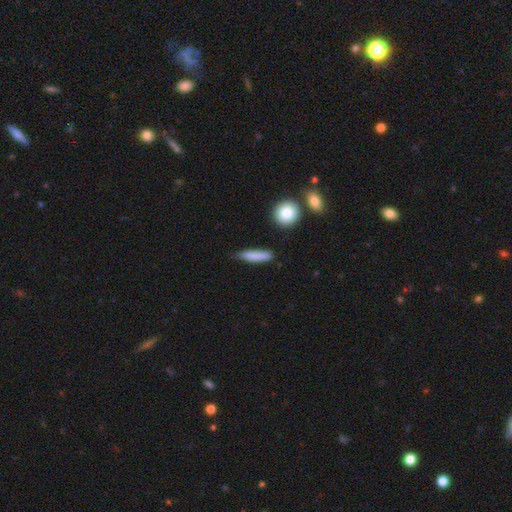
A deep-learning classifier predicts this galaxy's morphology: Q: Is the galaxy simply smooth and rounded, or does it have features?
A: smooth — 82%.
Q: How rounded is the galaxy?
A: cigar-shaped — 81%.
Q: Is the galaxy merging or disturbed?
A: none — 78%.